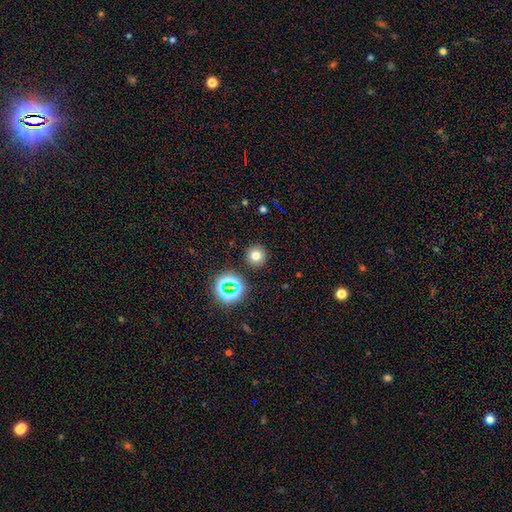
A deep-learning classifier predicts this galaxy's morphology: type=smooth (72%); roundness=round (94%); merging=none (90%).